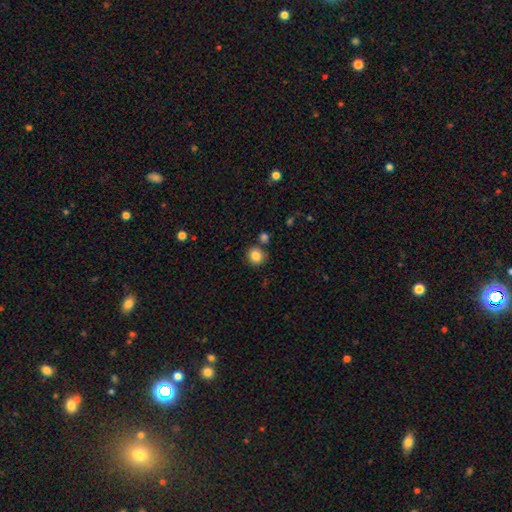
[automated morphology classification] A smooth galaxy with no disk features (84%) that is round (88%). Merging: none (79%).